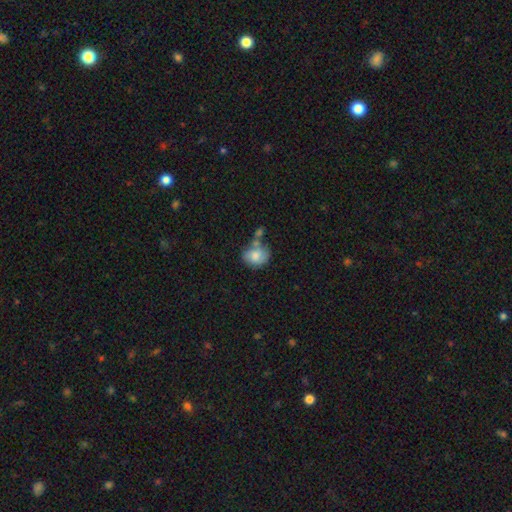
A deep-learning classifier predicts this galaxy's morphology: Smooth or featured? Predicted: smooth (p=0.73). How rounded? Predicted: round (p=0.53). Merging? Predicted: none (p=0.41).